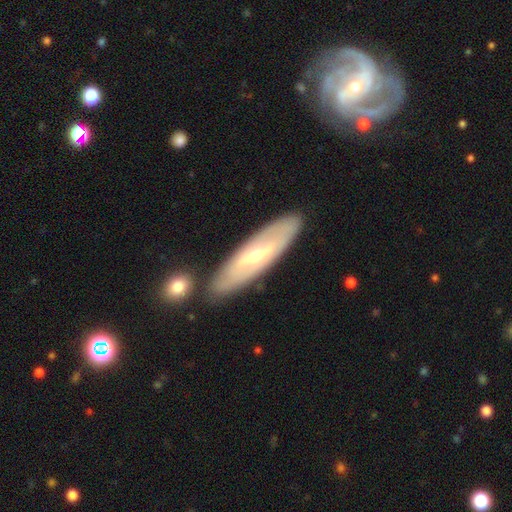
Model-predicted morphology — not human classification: featured or disk 65%, smooth 30%, star or artifact 6%. Down the decision tree: edge-on disk — no (68%); merging — none (82%).